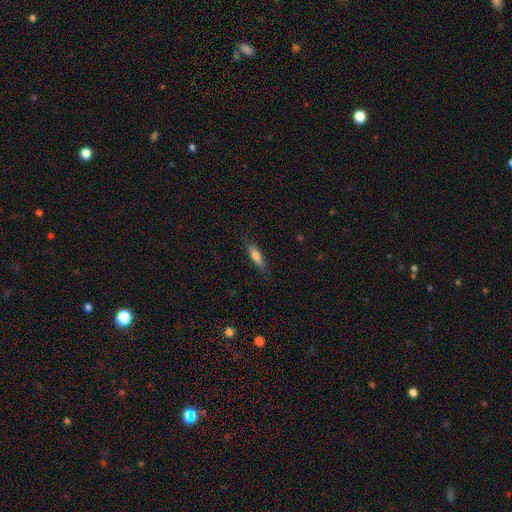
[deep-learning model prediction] Smooth or featured? Predicted: smooth (p=0.74). How rounded? Predicted: cigar-shaped (p=0.59). Merging? Predicted: none (p=0.83).